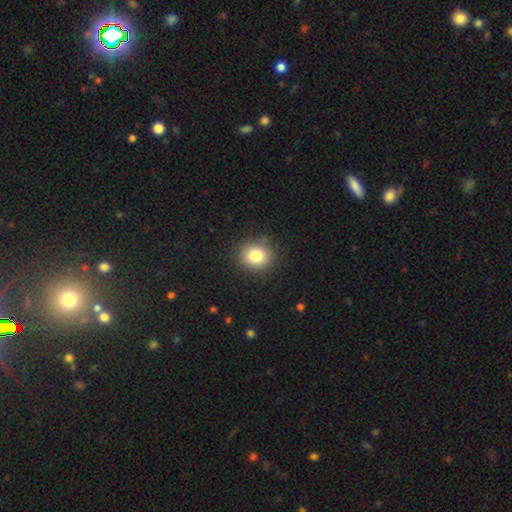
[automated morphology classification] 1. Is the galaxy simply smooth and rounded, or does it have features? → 81% smooth, 11% star or artifact, 8% featured or disk.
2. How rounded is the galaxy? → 78% round, 22% in between, 1% cigar-shaped.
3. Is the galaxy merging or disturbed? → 88% none, 8% minor disturbance, 3% major disturbance, 1% merger.